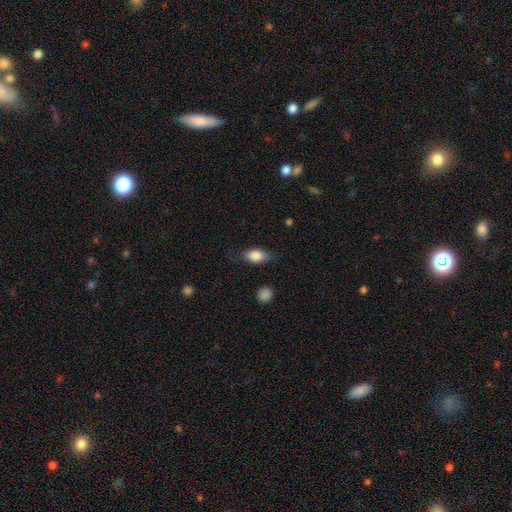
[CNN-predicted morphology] The model was most divided on "merging": none: 77%, minor disturbance: 17%, major disturbance: 5%, merger: 1%. More confident: how rounded — in between (86%); smooth or featured — smooth (82%).